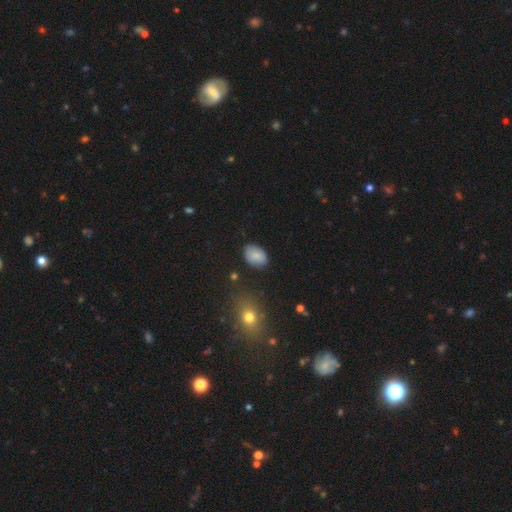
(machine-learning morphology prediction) A smooth galaxy with no disk features (85%) that is in between round and cigar-shaped (83%). Merging: none (81%).